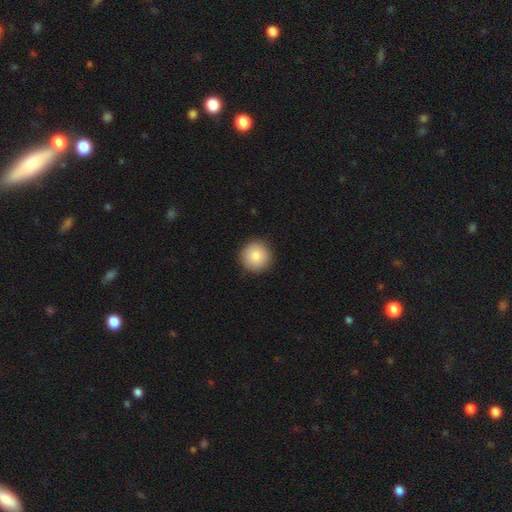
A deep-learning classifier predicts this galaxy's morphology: smooth_or_featured: smooth (p=0.85) [alt: star or artifact p=0.08]
how_rounded: round (p=0.95) [alt: in between p=0.04]
merging: none (p=0.91) [alt: minor disturbance p=0.06]